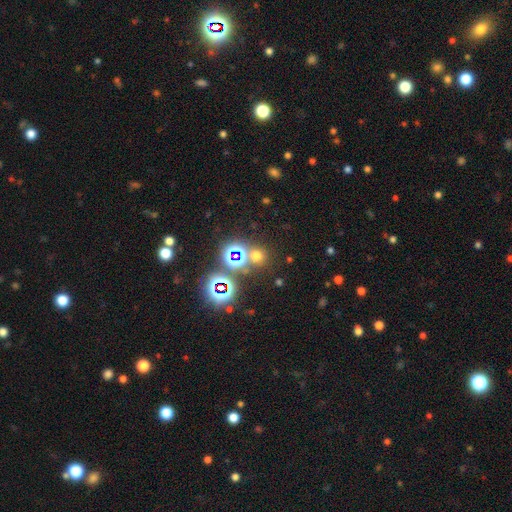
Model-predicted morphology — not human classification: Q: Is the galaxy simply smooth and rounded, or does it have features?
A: smooth — 51%.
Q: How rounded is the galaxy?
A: round — 87%.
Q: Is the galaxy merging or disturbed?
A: none — 75%.